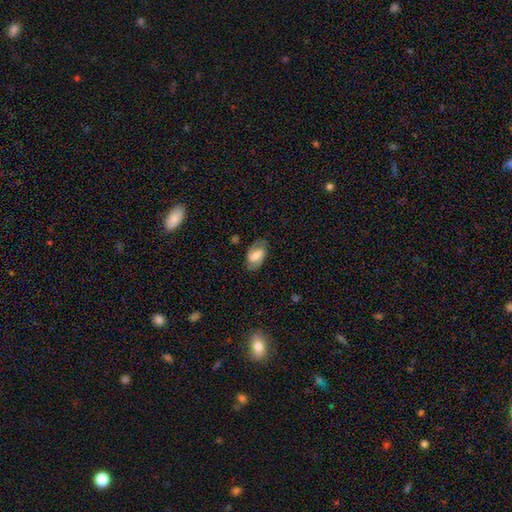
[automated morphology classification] Smooth or featured: featured or disk — 67% (smooth — 26%)
Edge-on disk: no — 96% (yes — 4%)
Bar: weak — 49% (no — 27%)
Spiral arms: yes — 90% (no — 10%)
Spiral winding: medium — 48% (tight — 32%)
Spiral arm count: 2 — 88% (can't tell — 6%)
Bulge size: moderate — 57% (small — 26%)
Merging: none — 79% (minor disturbance — 15%)